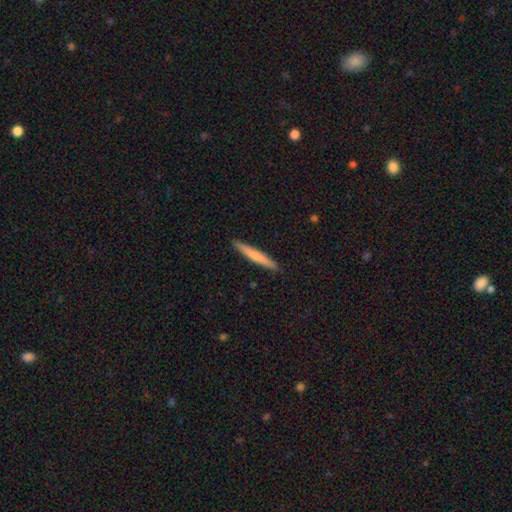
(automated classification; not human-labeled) This is likely a smooth galaxy (68%). How rounded: clearly cigar-shaped (96%). Merging: clearly none (92%).